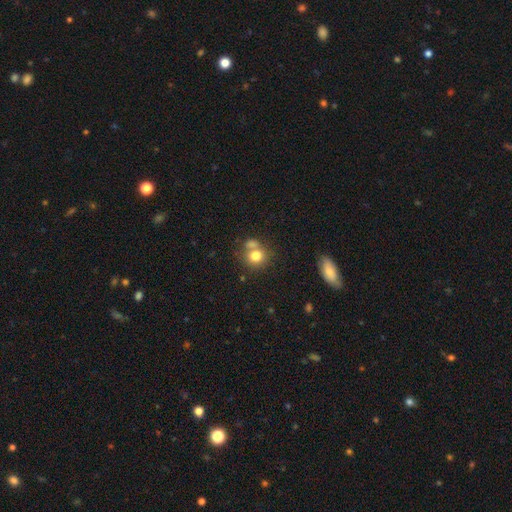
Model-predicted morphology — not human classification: Q: Smooth or featured?
A: smooth (77%); runner-up: featured or disk (12%)
Q: How rounded?
A: round (80%); runner-up: in between (19%)
Q: Merging?
A: none (52%); runner-up: merger (32%)